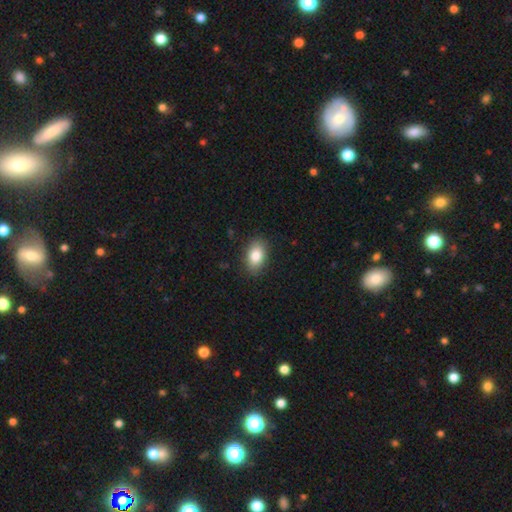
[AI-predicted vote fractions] smooth_or_featured: smooth (p=0.85) [alt: featured or disk p=0.08]
how_rounded: in between (p=0.89) [alt: round p=0.09]
merging: none (p=0.87) [alt: minor disturbance p=0.10]